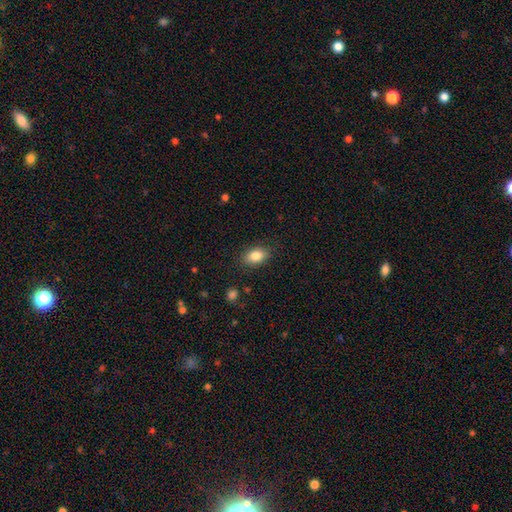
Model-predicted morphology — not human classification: This appears to be a smooth galaxy with no disk features (83%) that is in between round and cigar-shaped (85%). Merging: none (85%).